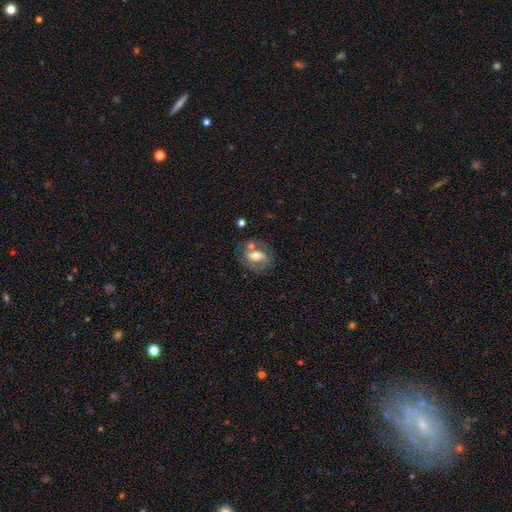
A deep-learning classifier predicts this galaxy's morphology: Q: Smooth or featured?
A: featured or disk (63%); runner-up: smooth (30%)
Q: Edge-on disk?
A: no (94%); runner-up: yes (6%)
Q: Bar?
A: weak (37%); runner-up: strong (35%)
Q: Spiral arms?
A: yes (69%); runner-up: no (31%)
Q: Bulge size?
A: moderate (65%); runner-up: small (17%)
Q: Merging?
A: none (58%); runner-up: minor disturbance (19%)